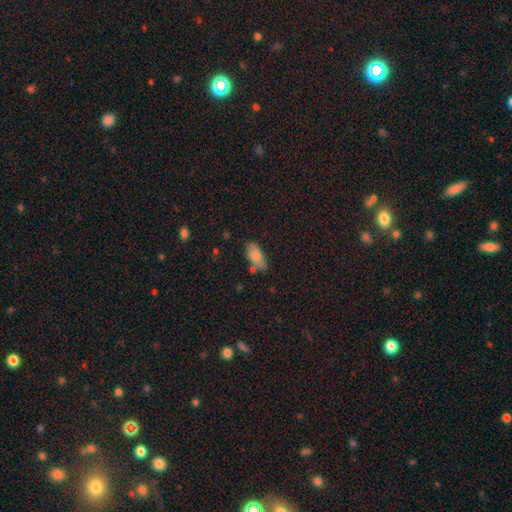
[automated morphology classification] A smooth galaxy with no disk features (78%) that is in between round and cigar-shaped (88%).

Vote fractions:
- Smooth or featured? smooth: 78% / featured or disk: 14% / star or artifact: 8%
- How rounded? in between: 88% / cigar-shaped: 9% / round: 3%
- Merging? none: 62% / minor disturbance: 23% / merger: 9% / major disturbance: 6%